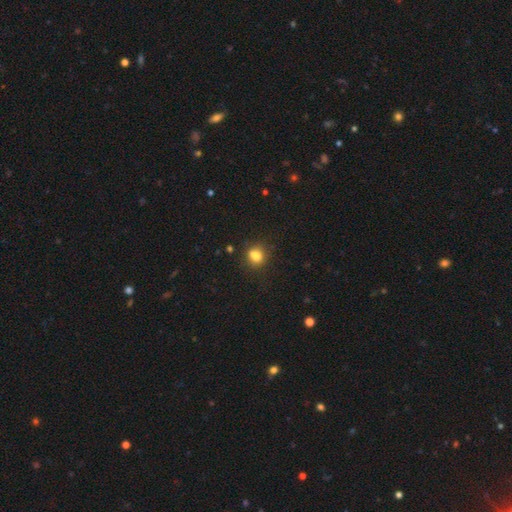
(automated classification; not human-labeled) Morphology: type=smooth (78%); roundness=round (55%); merging=none (66%).